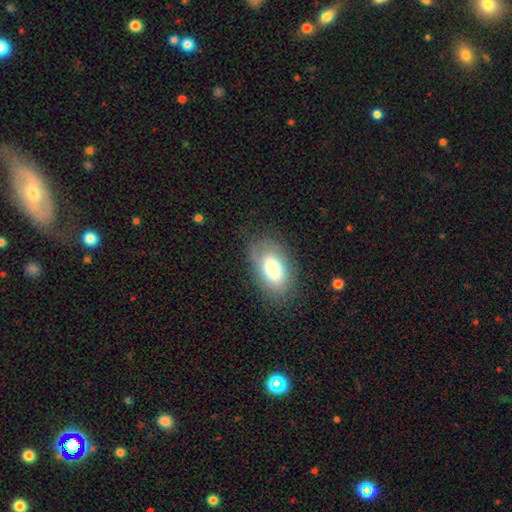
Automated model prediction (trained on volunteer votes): smooth-or-featured: smooth: 71% | featured or disk: 19% | star or artifact: 10%
  how-rounded: in between: 92% | round: 6% | cigar-shaped: 2%
  merging: none: 77% | minor disturbance: 17% | major disturbance: 5% | merger: 1%